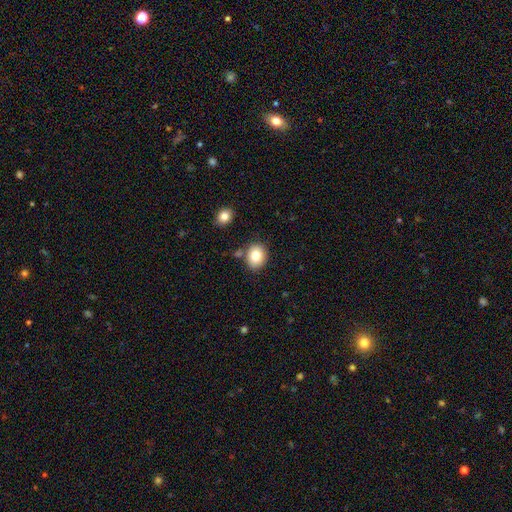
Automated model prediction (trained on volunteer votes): This is likely a smooth galaxy (80%). How rounded: possibly round (59%). Merging: likely none (80%).